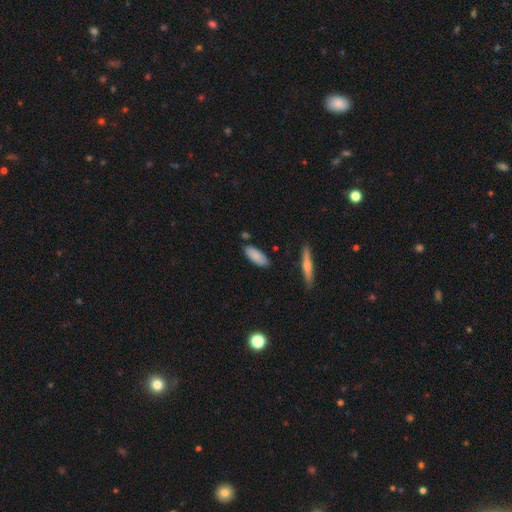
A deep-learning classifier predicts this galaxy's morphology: Q: Smooth or featured?
A: smooth (84%); runner-up: featured or disk (10%)
Q: How rounded?
A: in between (77%); runner-up: cigar-shaped (21%)
Q: Merging?
A: none (80%); runner-up: minor disturbance (14%)